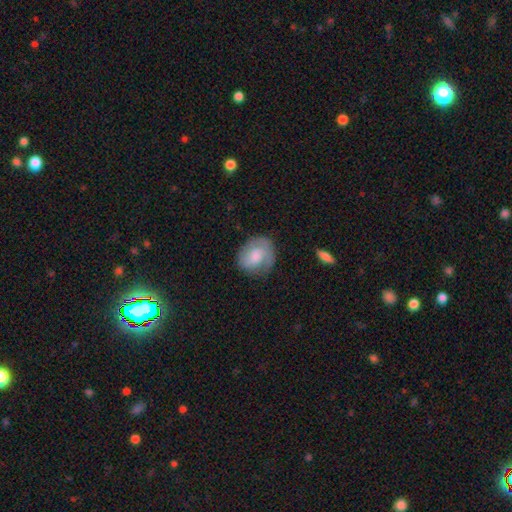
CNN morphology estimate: smooth-or-featured: featured or disk: 49% | smooth: 45% | star or artifact: 7%
  merging: none: 70% | minor disturbance: 20% | major disturbance: 8% | merger: 2%